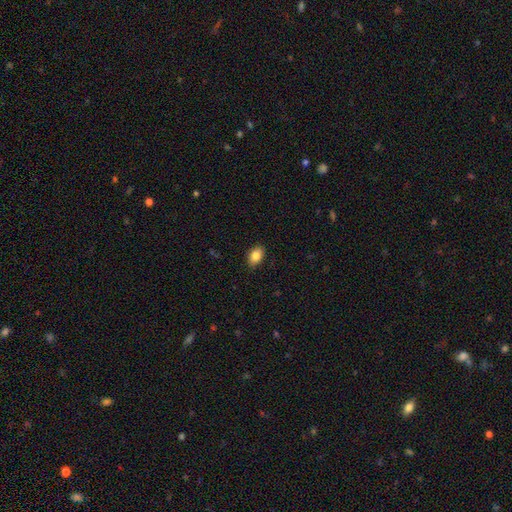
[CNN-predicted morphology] The model was most divided on "how rounded": in between: 85%, round: 14%, cigar-shaped: 1%. More confident: merging — none (88%); smooth or featured — smooth (84%).